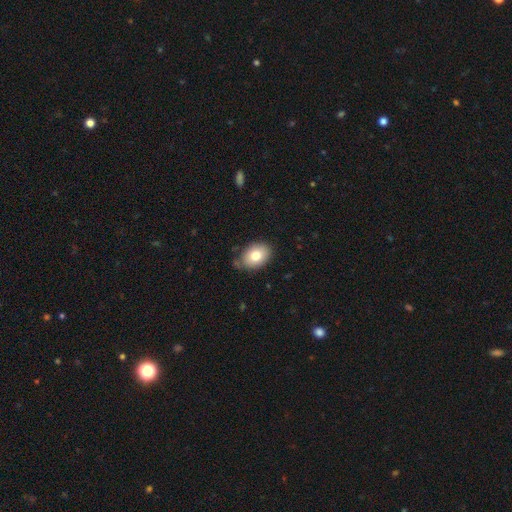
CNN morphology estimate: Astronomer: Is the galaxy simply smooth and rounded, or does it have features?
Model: smooth — 79%.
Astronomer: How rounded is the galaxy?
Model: in between — 74%.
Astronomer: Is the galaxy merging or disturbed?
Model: none — 78%.